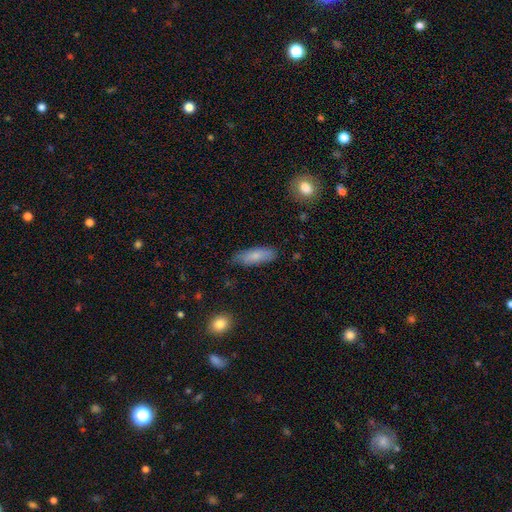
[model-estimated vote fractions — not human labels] Q: Smooth or featured?
A: smooth (78%); runner-up: featured or disk (16%)
Q: How rounded?
A: in between (58%); runner-up: cigar-shaped (40%)
Q: Merging?
A: none (78%); runner-up: minor disturbance (17%)